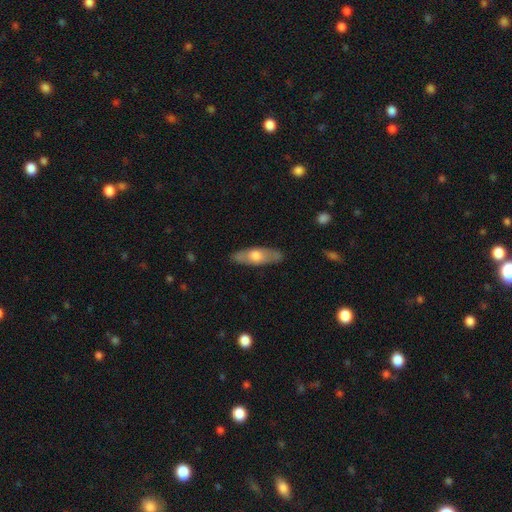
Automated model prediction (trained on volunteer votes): A featured or disk galaxy (48%). Merging: none (84%).